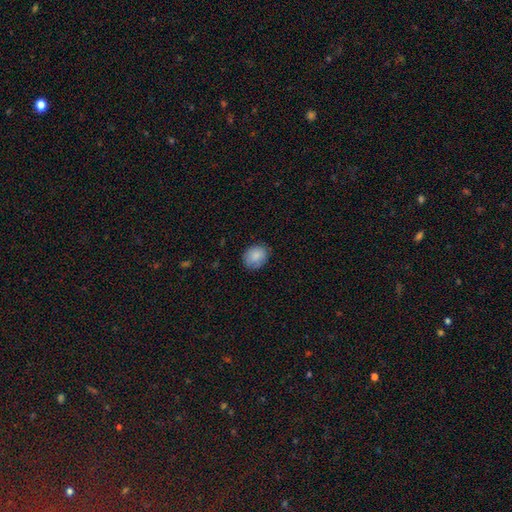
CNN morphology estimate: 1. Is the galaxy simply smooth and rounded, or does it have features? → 87% smooth, 7% star or artifact, 6% featured or disk.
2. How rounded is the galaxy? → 55% round, 44% in between, 1% cigar-shaped.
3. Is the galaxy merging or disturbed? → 82% none, 14% minor disturbance, 3% major disturbance, 1% merger.